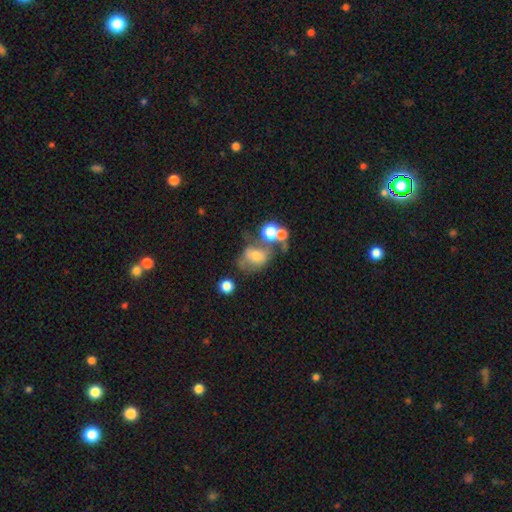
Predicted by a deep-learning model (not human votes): Smooth or featured? Predicted: smooth (p=0.56). How rounded? Predicted: in between (p=0.55). Merging? Predicted: merger (p=0.32).